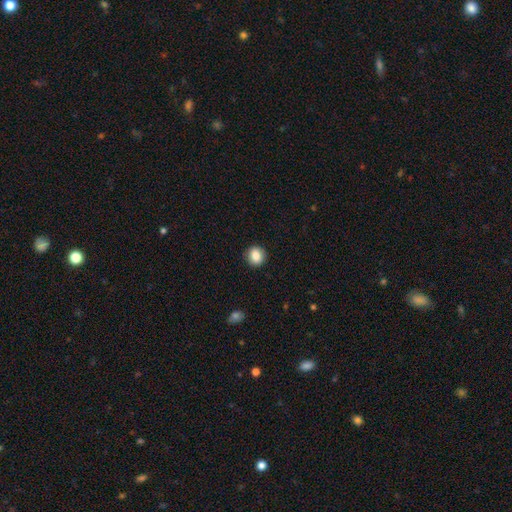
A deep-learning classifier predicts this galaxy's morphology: Smooth or featured?
  - smooth: 84% *
  - star or artifact: 9%
  - featured or disk: 7%
How rounded?
  - round: 77% *
  - in between: 22%
  - cigar-shaped: 1%
Merging?
  - none: 90% *
  - minor disturbance: 7%
  - major disturbance: 2%
  - merger: 1%